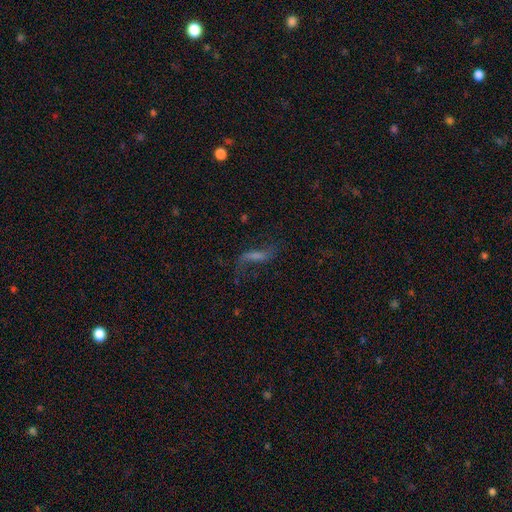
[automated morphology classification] A featured or disk galaxy (56%). Merging: none (60%).